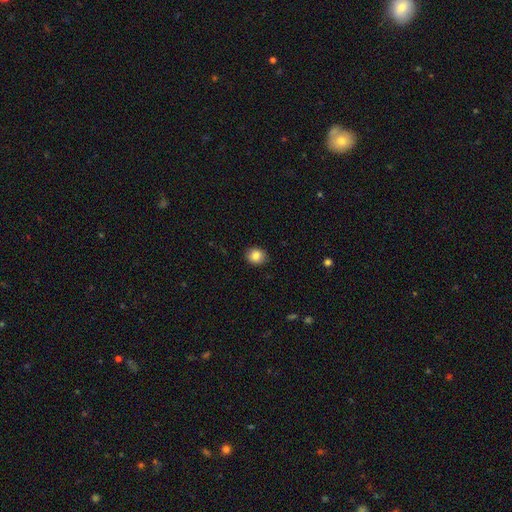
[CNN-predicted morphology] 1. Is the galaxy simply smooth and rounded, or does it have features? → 85% smooth, 9% star or artifact, 6% featured or disk.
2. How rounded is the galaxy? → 67% round, 32% in between, 1% cigar-shaped.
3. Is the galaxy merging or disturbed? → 89% none, 8% minor disturbance, 2% major disturbance, 1% merger.